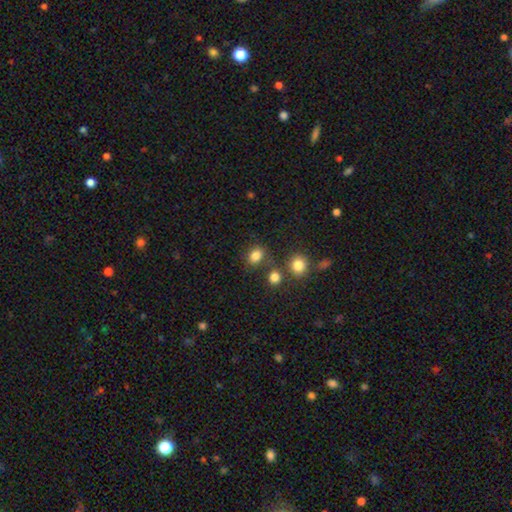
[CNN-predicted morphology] Smooth or featured: smooth — 83% (star or artifact — 12%)
How rounded: in between — 52% (round — 47%)
Merging: none — 69% (minor disturbance — 13%)